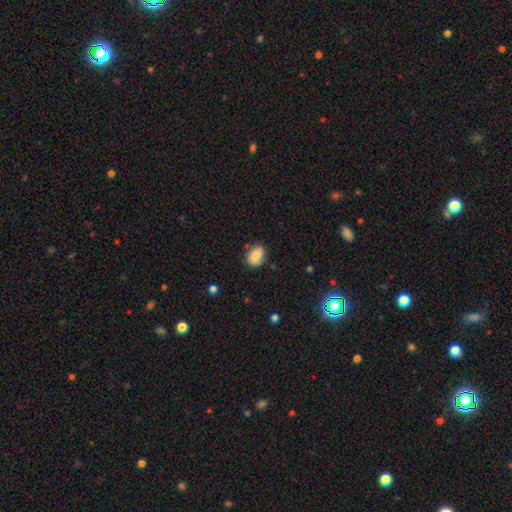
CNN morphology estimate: Smooth or featured?
  - smooth: 72% *
  - featured or disk: 19%
  - star or artifact: 8%
How rounded?
  - in between: 70% *
  - round: 29%
  - cigar-shaped: 1%
Merging?
  - none: 74% *
  - minor disturbance: 20%
  - major disturbance: 4%
  - merger: 2%